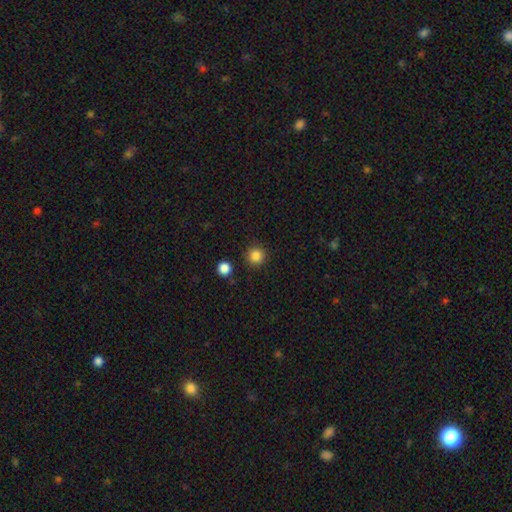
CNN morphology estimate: The model was most divided on "smooth or featured": smooth: 85%, star or artifact: 11%, featured or disk: 4%. More confident: how rounded — round (95%); merging — none (89%).